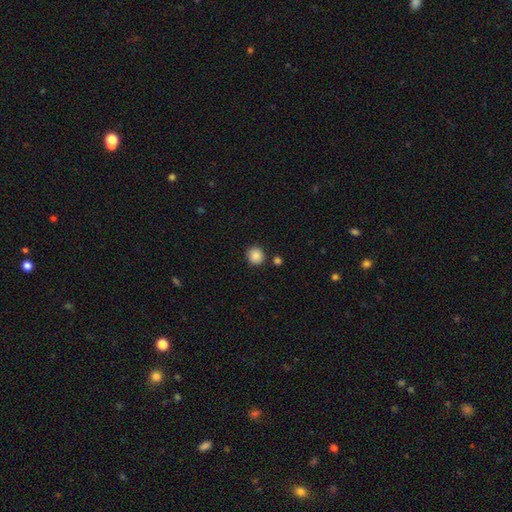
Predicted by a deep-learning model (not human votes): Morphology: type=smooth (87%); roundness=round (92%); merging=none (87%).